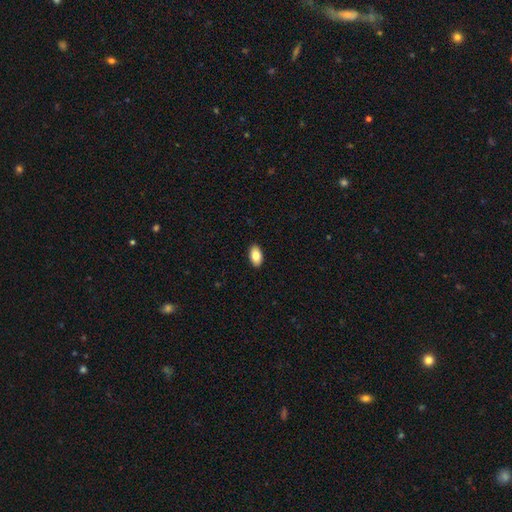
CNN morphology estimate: Smooth or featured? smooth (83%)
How rounded? in between (94%)
Merging? none (90%)